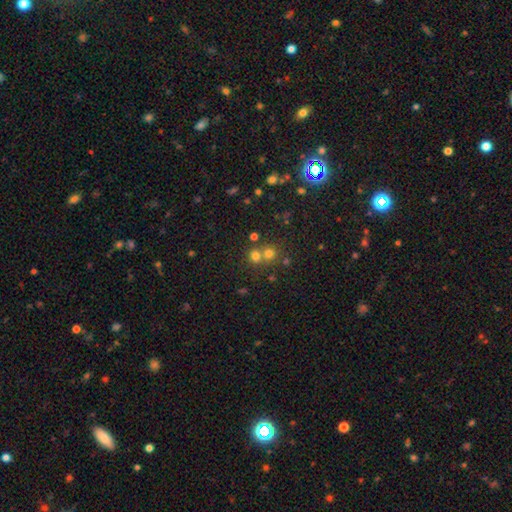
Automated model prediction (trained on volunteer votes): Morphology: type=smooth (50%); merging=none (54%).